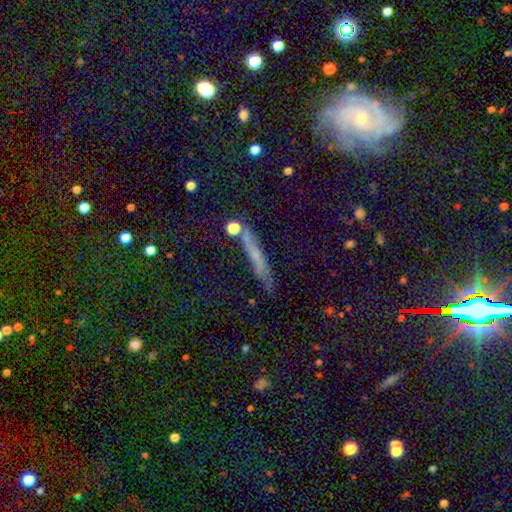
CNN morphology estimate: Smooth or featured: smooth — 50% (featured or disk — 30%)
Merging: none — 76% (minor disturbance — 15%)